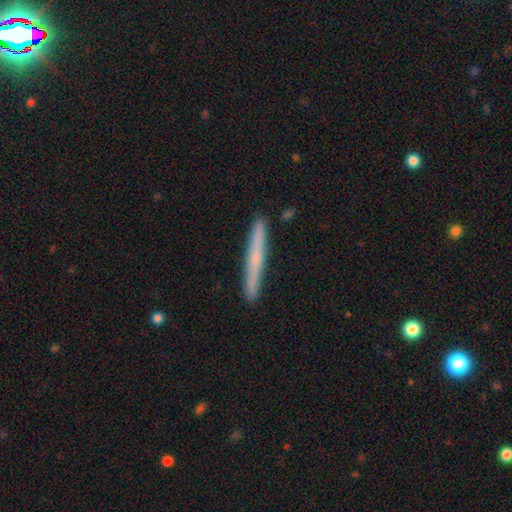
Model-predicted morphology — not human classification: Smooth or featured: smooth — 54% (featured or disk — 39%)
How rounded: cigar-shaped — 97% (in between — 2%)
Merging: none — 91% (minor disturbance — 7%)